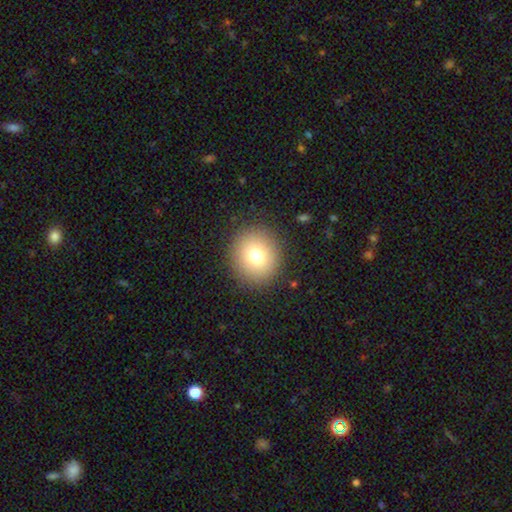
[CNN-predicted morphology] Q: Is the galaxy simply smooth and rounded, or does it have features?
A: smooth — 75%.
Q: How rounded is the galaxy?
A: round — 87%.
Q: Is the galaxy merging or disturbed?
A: none — 89%.